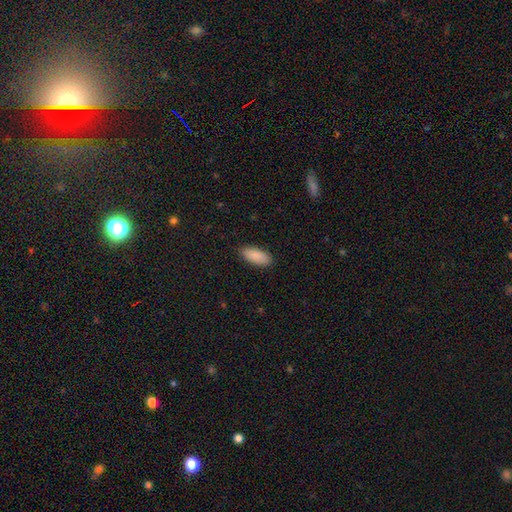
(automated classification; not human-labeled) The model was most divided on "how rounded": in between: 86%, cigar-shaped: 12%, round: 2%. More confident: smooth or featured — smooth (90%); merging — none (87%).